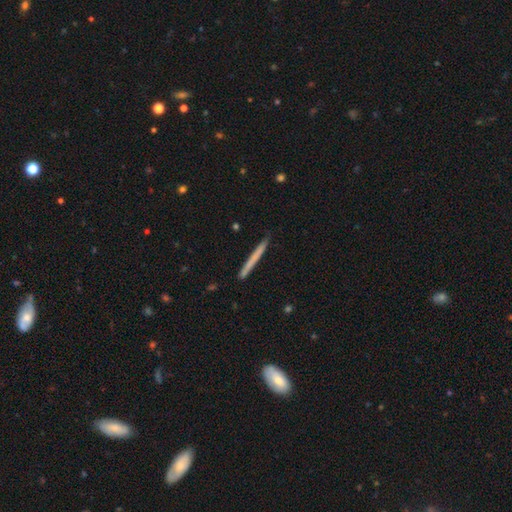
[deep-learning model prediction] Smooth or featured? smooth (62%)
How rounded? cigar-shaped (97%)
Merging? none (90%)